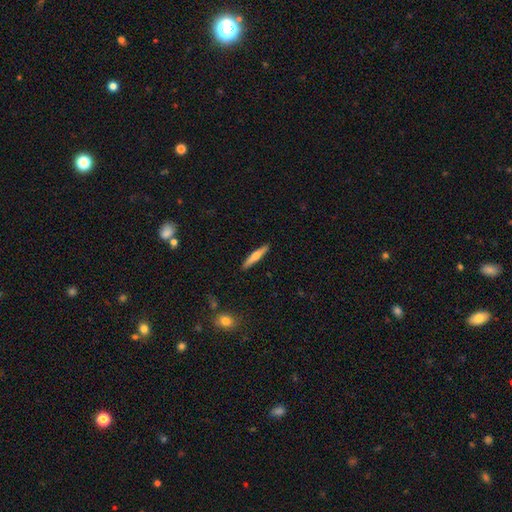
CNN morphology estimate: type=smooth (48%); merging=none (91%).